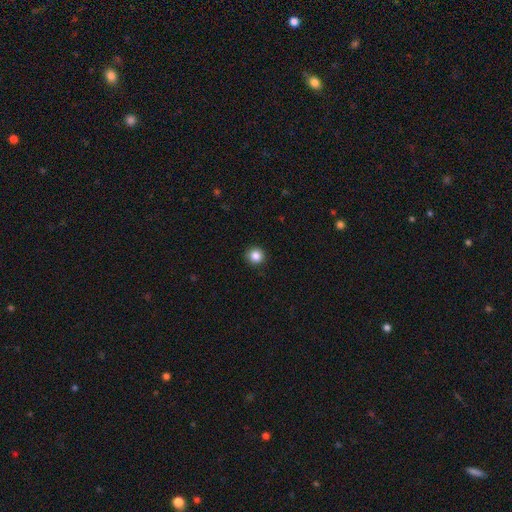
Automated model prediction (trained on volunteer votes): smooth-or-featured: smooth: 85% | star or artifact: 11% | featured or disk: 4%
  how-rounded: round: 93% | in between: 6% | cigar-shaped: 1%
  merging: none: 91% | minor disturbance: 6% | major disturbance: 2% | merger: 1%